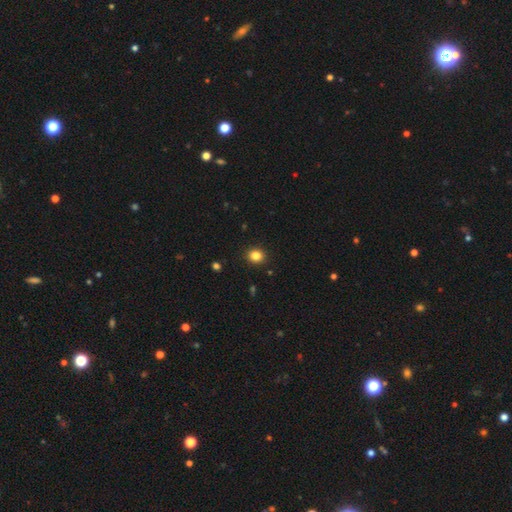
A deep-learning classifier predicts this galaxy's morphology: This appears to be a smooth galaxy with no disk features (84%) that is round (74%). Merging: none (91%).